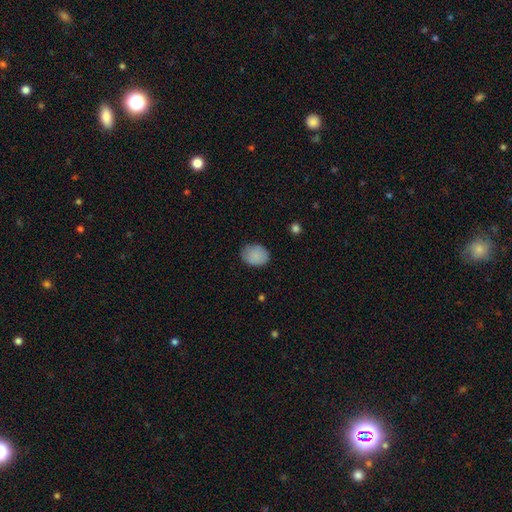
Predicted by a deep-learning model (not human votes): The model was most divided on "how rounded": in between: 53%, round: 47%, cigar-shaped: 1%. More confident: smooth or featured — smooth (88%); merging — none (79%).